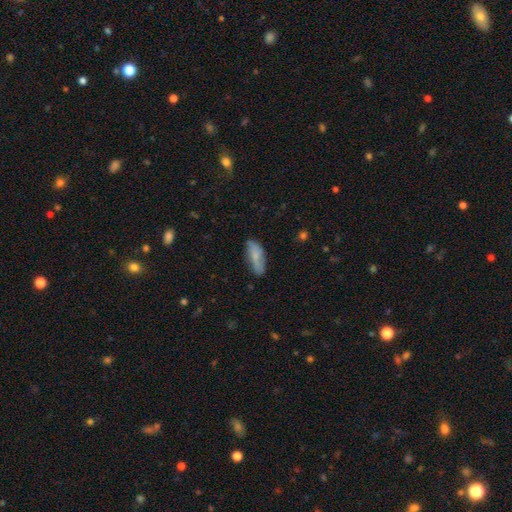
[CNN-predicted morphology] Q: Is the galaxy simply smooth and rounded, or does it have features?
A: smooth — 69%.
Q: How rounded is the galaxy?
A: in between — 71%.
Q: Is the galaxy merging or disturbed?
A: none — 71%.